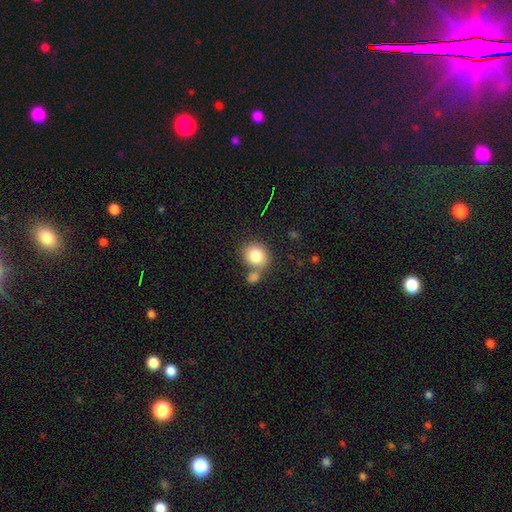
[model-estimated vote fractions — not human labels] Morphology: type=smooth (82%); roundness=round (68%); merging=none (59%).